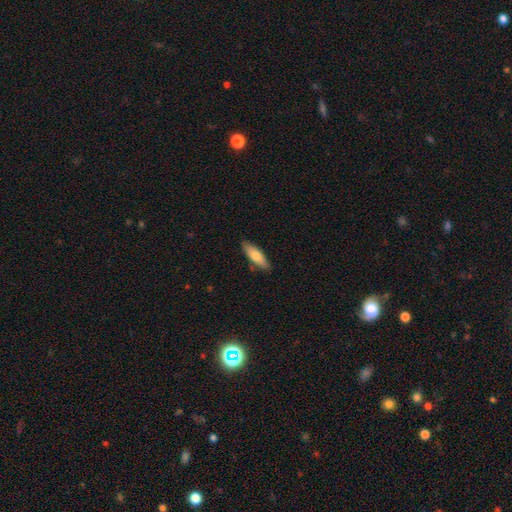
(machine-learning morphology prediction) Overall: smooth (74%). How rounded: in between (56%; cigar-shaped 42%). Merging: none (84%).